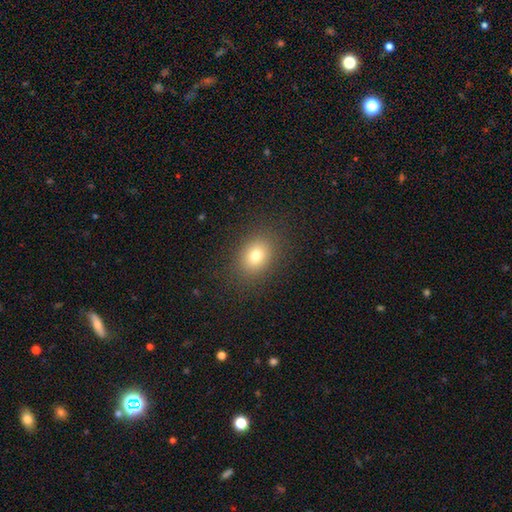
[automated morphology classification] A smooth galaxy with no disk features (77%) that is in between round and cigar-shaped (54%).

Vote fractions:
- Smooth or featured? smooth: 77% / star or artifact: 13% / featured or disk: 10%
- How rounded? in between: 54% / round: 45% / cigar-shaped: 1%
- Merging? none: 86% / minor disturbance: 9% / major disturbance: 4% / merger: 1%